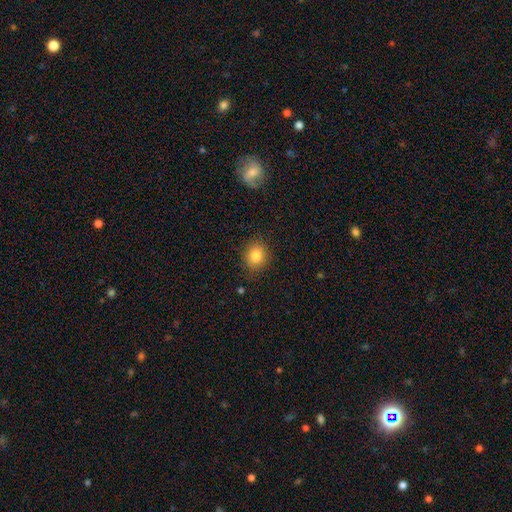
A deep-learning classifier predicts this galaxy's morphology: Smooth or featured?
  - smooth: 84% *
  - star or artifact: 10%
  - featured or disk: 6%
How rounded?
  - round: 75% *
  - in between: 24%
  - cigar-shaped: 1%
Merging?
  - none: 86% *
  - minor disturbance: 10%
  - major disturbance: 3%
  - merger: 1%